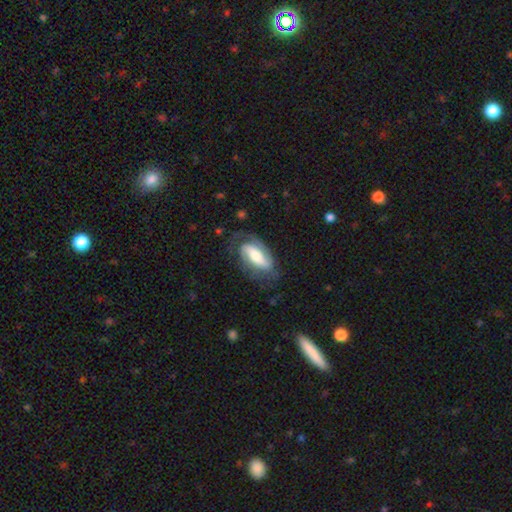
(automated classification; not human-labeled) Morphology: type=featured or disk (71%); edge-on=no (92%); bar=strong (44%); spiral arms=yes (89%); winding=medium (42%); arm count=2 (77%); bulge=moderate (45%); merging=none (64%).